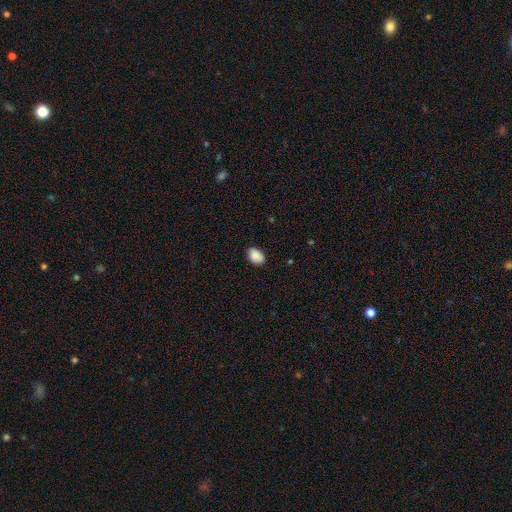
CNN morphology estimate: A smooth galaxy with no disk features (88%) that is in between round and cigar-shaped (83%).

Vote fractions:
- Smooth or featured? smooth: 88% / star or artifact: 7% / featured or disk: 5%
- How rounded? in between: 83% / round: 16% / cigar-shaped: 1%
- Merging? none: 82% / minor disturbance: 14% / major disturbance: 2% / merger: 1%